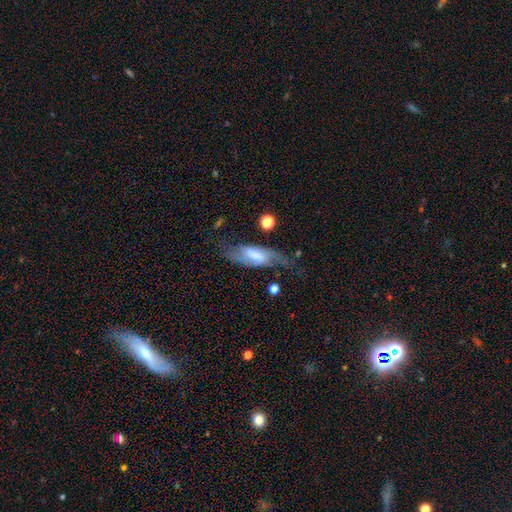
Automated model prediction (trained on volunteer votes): Smooth or featured? Predicted: featured or disk (p=0.59). Edge-on disk? Predicted: no (p=0.81). Merging? Predicted: none (p=0.54).